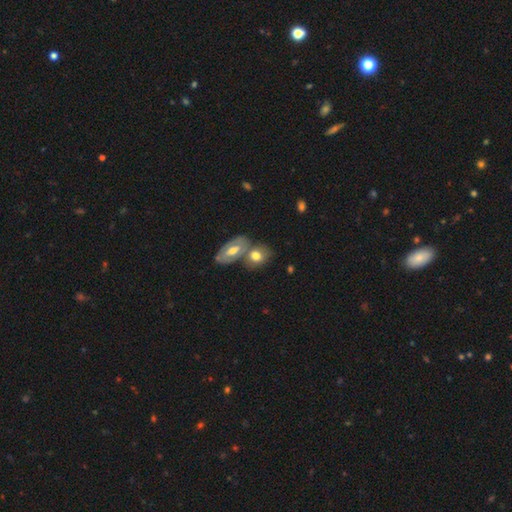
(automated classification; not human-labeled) Smooth or featured: smooth — 62% (featured or disk — 31%)
How rounded: in between — 65% (round — 32%)
Merging: merger — 45% (none — 40%)